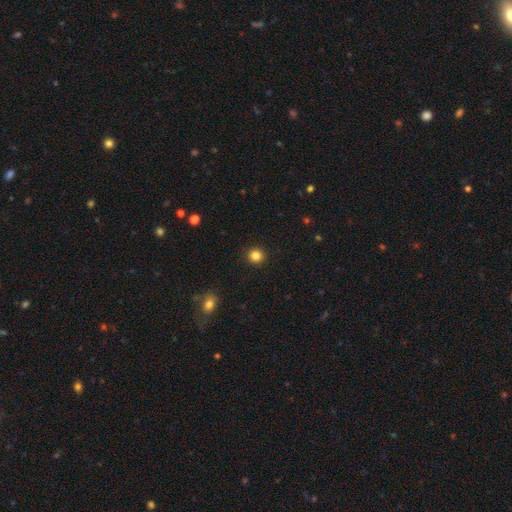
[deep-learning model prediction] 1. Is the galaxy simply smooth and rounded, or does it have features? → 84% smooth, 12% star or artifact, 4% featured or disk.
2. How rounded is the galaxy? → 92% round, 7% in between, 1% cigar-shaped.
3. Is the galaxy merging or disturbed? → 92% none, 5% minor disturbance, 2% major disturbance, 1% merger.